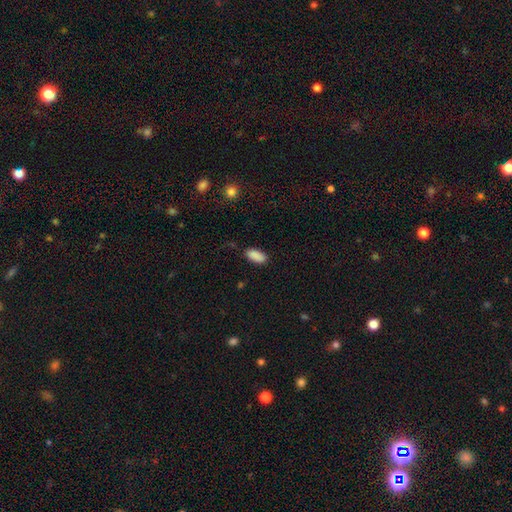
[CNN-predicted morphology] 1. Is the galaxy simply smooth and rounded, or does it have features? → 89% smooth, 7% star or artifact, 3% featured or disk.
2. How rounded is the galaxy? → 88% in between, 9% cigar-shaped, 2% round.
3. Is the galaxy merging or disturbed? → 83% none, 13% minor disturbance, 3% major disturbance, 2% merger.